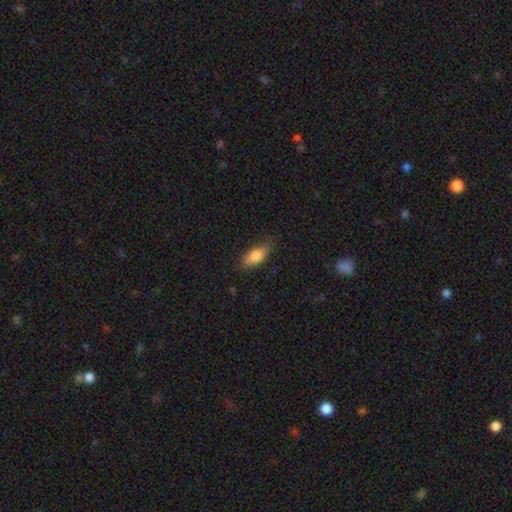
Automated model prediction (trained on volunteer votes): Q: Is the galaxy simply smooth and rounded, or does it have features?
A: smooth — 82%.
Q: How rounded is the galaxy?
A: in between — 84%.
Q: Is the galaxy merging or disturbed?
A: none — 74%.